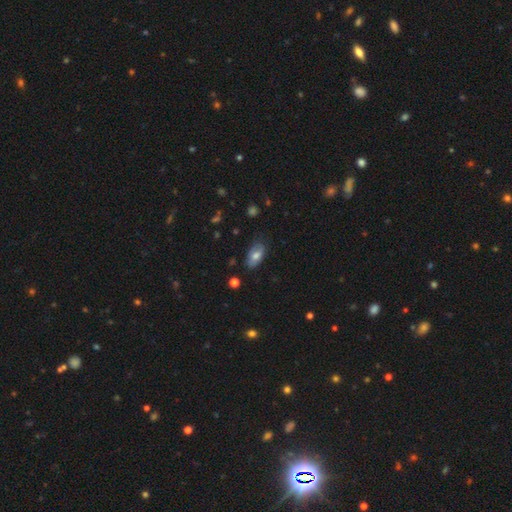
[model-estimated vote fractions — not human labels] A smooth galaxy with no disk features (65%) that is in between round and cigar-shaped (91%).

Vote fractions:
- Smooth or featured? smooth: 65% / featured or disk: 28% / star or artifact: 8%
- How rounded? in between: 91% / cigar-shaped: 4% / round: 4%
- Merging? none: 71% / minor disturbance: 22% / major disturbance: 5% / merger: 2%